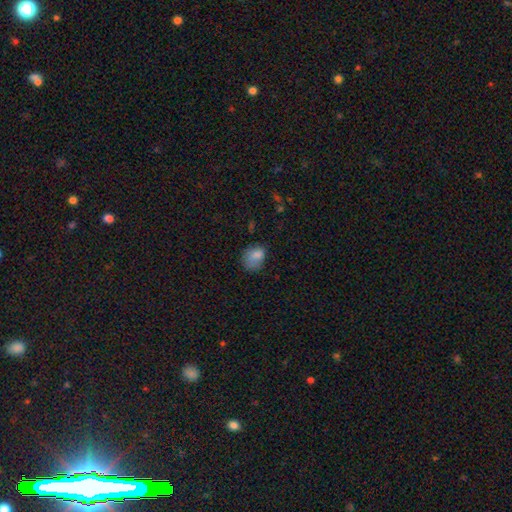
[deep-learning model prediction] Smooth or featured? Predicted: smooth (p=0.80). How rounded? Predicted: in between (p=0.62). Merging? Predicted: none (p=0.48).